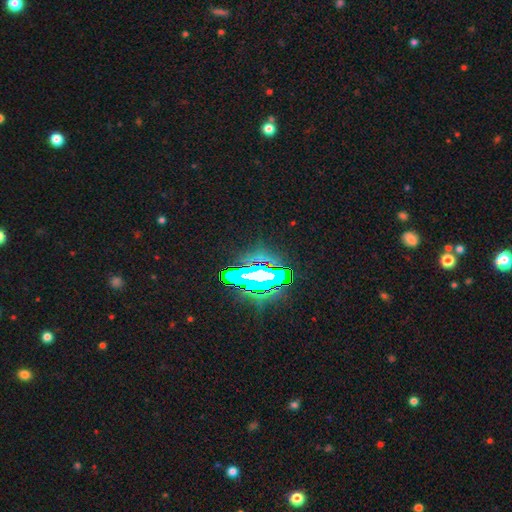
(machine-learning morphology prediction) The model was most divided on "smooth or featured": star or artifact: 83%, smooth: 9%, featured or disk: 8%.